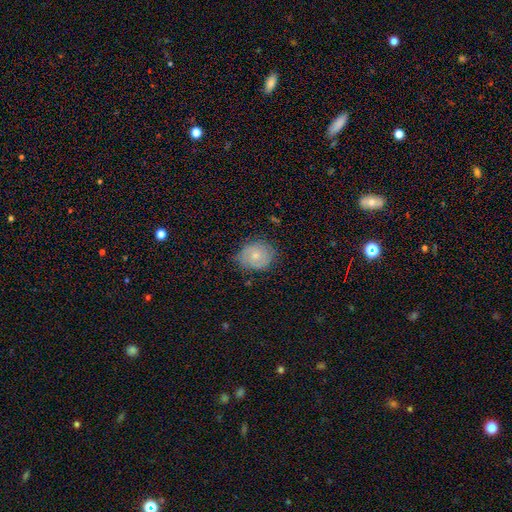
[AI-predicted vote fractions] Overall: featured or disk (46%, tied with smooth). Merging: none (74%).